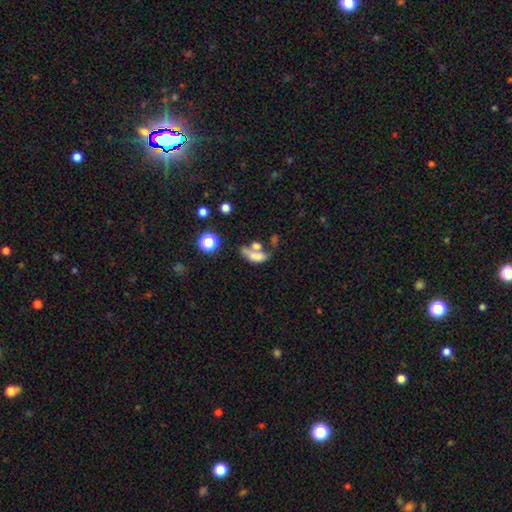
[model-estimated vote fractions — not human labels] Smooth or featured: smooth — 62% (featured or disk — 24%)
How rounded: in between — 75% (cigar-shaped — 15%)
Merging: merger — 47% (none — 24%)